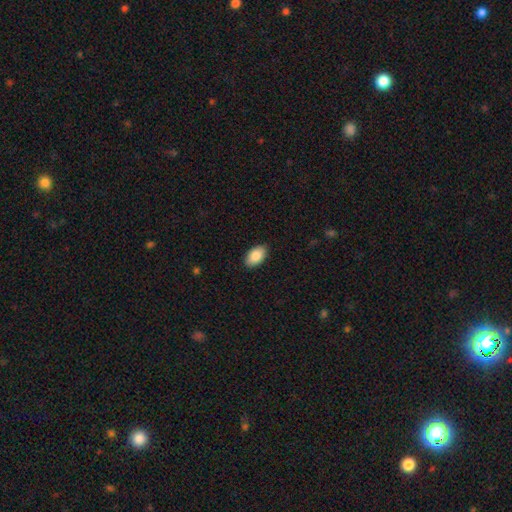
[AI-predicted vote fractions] Smooth or featured? Predicted: smooth (p=0.87). How rounded? Predicted: in between (p=0.94). Merging? Predicted: none (p=0.89).